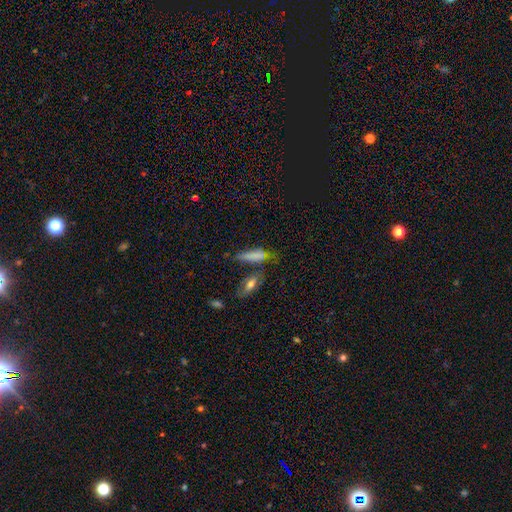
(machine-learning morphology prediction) Overall: smooth (71%). How rounded: cigar-shaped (63%; in between 34%). Merging: none (46%; minor disturbance 25%).